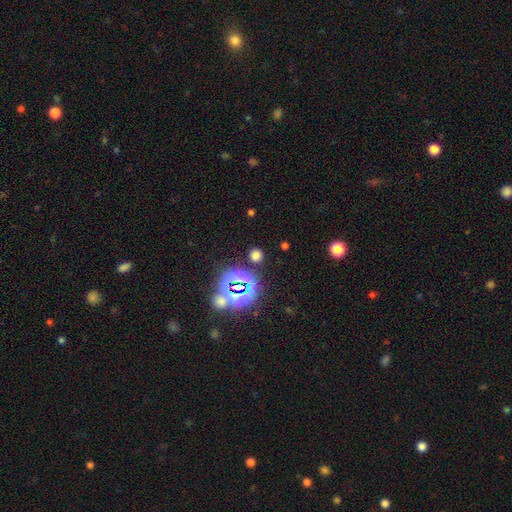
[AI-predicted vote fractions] This appears to be a smooth galaxy with no disk features (59%) that is round (82%). Merging: none (84%).